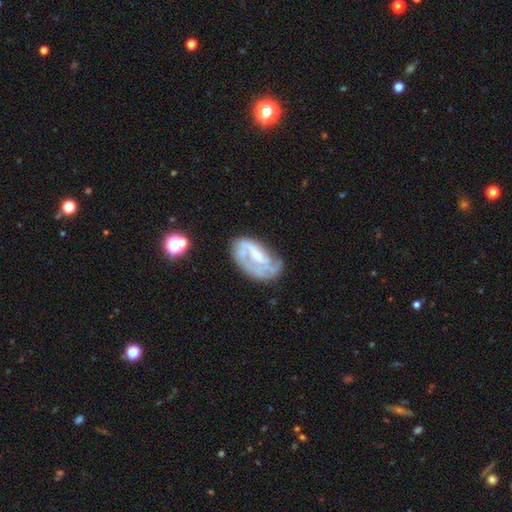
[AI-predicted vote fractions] smooth_or_featured: featured or disk (p=0.67) [alt: smooth p=0.25]
disk_edge_on: no (p=0.95) [alt: yes p=0.05]
bar: no (p=0.42) [alt: weak p=0.38]
has_spiral_arms: yes (p=0.68) [alt: no p=0.32]
bulge_size: small (p=0.32) [alt: none p=0.31]
merging: none (p=0.48) [alt: minor disturbance p=0.27]